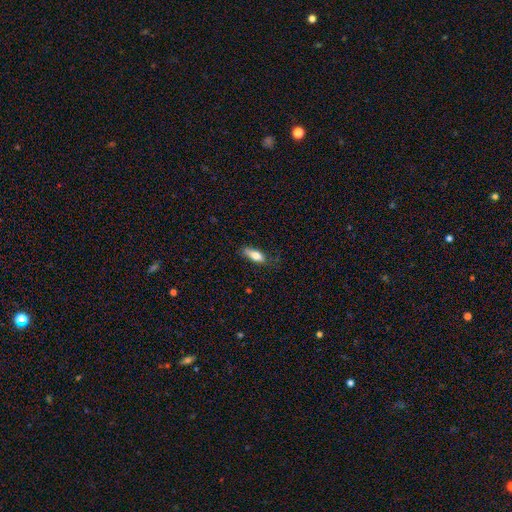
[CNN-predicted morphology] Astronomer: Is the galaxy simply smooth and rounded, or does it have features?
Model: smooth — 75%.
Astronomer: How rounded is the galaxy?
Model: in between — 69%.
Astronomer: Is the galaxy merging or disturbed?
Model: none — 69%.